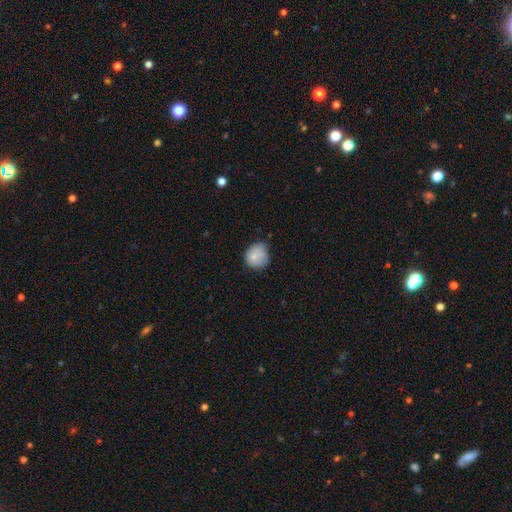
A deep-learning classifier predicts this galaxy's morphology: smooth 79%, featured or disk 13%, star or artifact 8%. Down the decision tree: how rounded — round (83%); merging — none (60%).